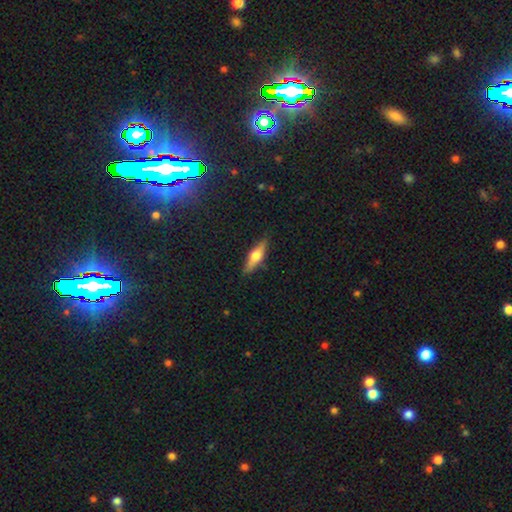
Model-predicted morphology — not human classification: A featured or disk galaxy (51%) viewed edge-on (93%).

Vote fractions:
- Smooth or featured? featured or disk: 51% / smooth: 43% / star or artifact: 6%
- Edge-on disk? yes: 93% / no: 7%
- Merging? none: 87% / minor disturbance: 10% / major disturbance: 2% / merger: 1%